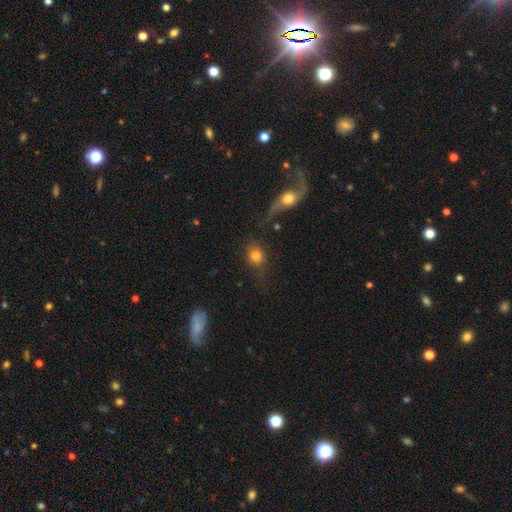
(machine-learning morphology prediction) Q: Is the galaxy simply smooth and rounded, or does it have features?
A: smooth — 77%.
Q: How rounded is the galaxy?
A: round — 73%.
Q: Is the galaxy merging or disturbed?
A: none — 66%.